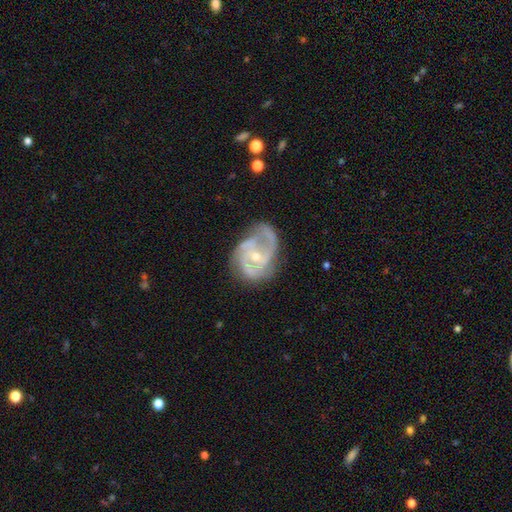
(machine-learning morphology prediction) featured or disk 86%, smooth 9%, star or artifact 5%. Down the decision tree: edge-on disk — no (98%); bar — no (55%); spiral arms — yes (93%); spiral arm count — 2 (41%); spiral winding — medium (48%); bulge size — small (57%); merging — none (51%).